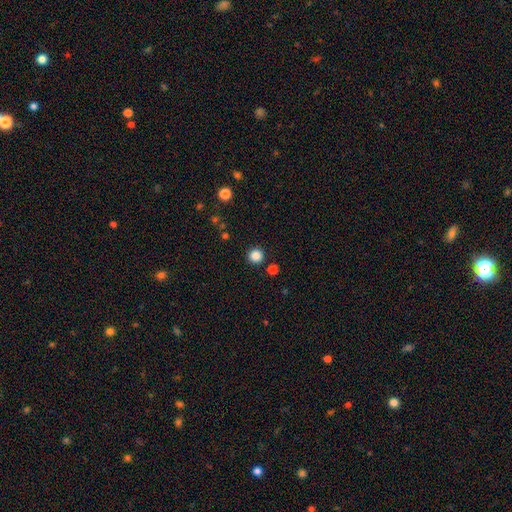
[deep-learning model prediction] This appears to be a smooth galaxy with no disk features (85%) that is round (95%). Merging: none (90%).